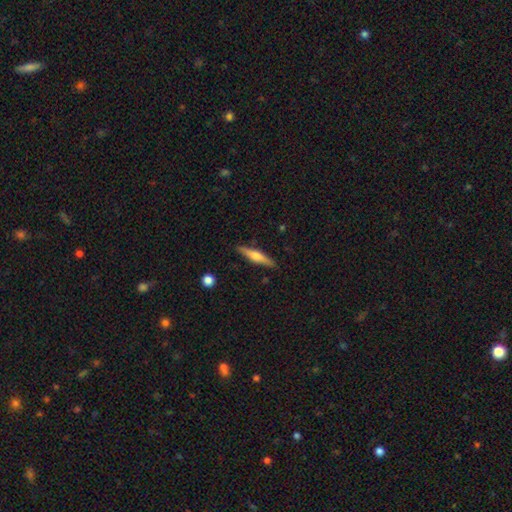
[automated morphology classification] Smooth or featured? Predicted: featured or disk (p=0.54). Edge-on disk? Predicted: yes (p=0.96). Edge-on bulge? Predicted: rounded (p=0.86). Merging? Predicted: none (p=0.89).